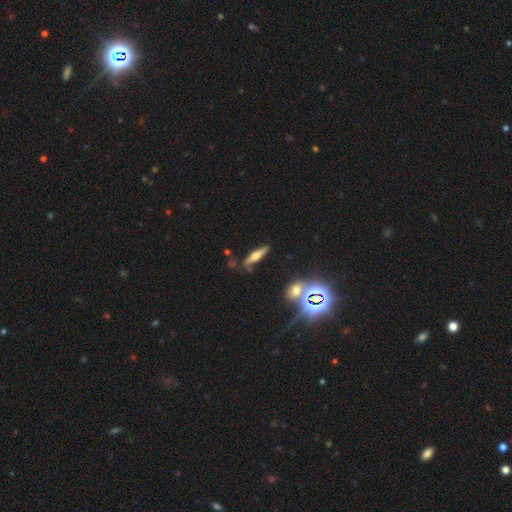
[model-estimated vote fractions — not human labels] Smooth or featured?
  - featured or disk: 56% *
  - smooth: 34%
  - star or artifact: 11%
Edge-on disk?
  - yes: 93% *
  - no: 7%
Edge-on bulge?
  - rounded: 86% *
  - boxy: 10%
  - none: 4%
Merging?
  - none: 81% *
  - minor disturbance: 12%
  - merger: 4%
  - major disturbance: 3%